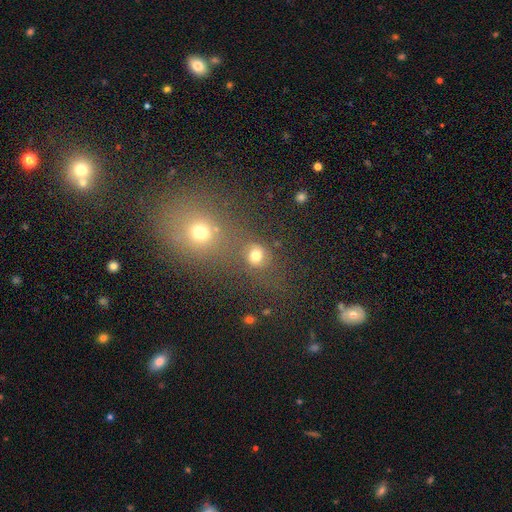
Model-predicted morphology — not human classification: Smooth or featured? Predicted: smooth (p=0.73). How rounded? Predicted: round (p=0.75). Merging? Predicted: none (p=0.50).